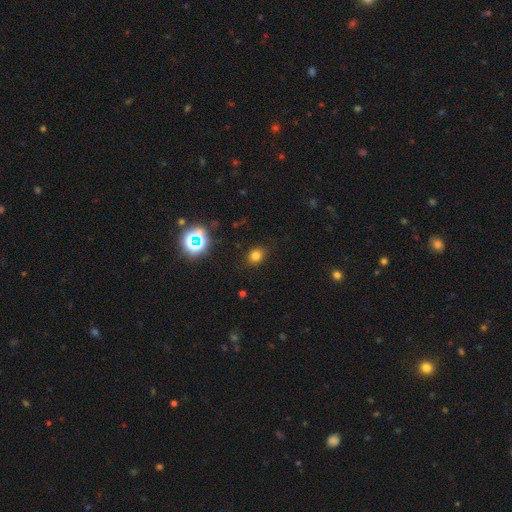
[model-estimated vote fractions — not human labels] Q: Smooth or featured?
A: smooth (74%); runner-up: star or artifact (19%)
Q: How rounded?
A: round (61%); runner-up: in between (38%)
Q: Merging?
A: none (87%); runner-up: minor disturbance (9%)